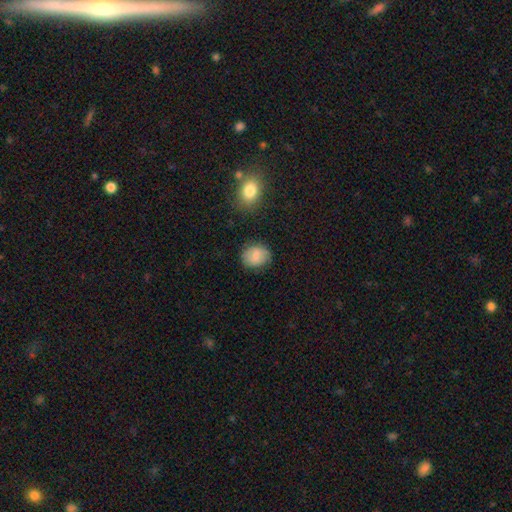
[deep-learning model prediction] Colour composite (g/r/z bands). It shows a smooth galaxy with no disk features (79%) that is round (50%). Merging: none (81%).